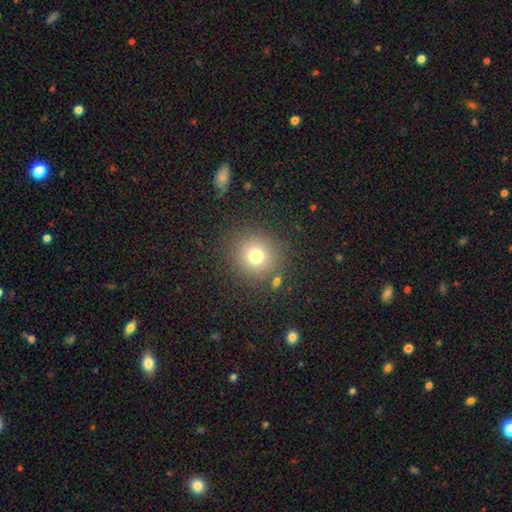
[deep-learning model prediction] This appears to be a smooth galaxy with no disk features (74%) that is round (92%). Merging: none (85%).